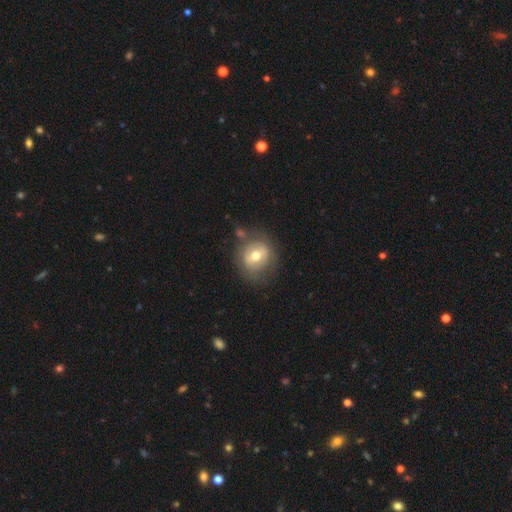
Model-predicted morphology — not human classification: This appears to be a smooth galaxy with no disk features (52%) that is round (77%). Merging: none (68%).